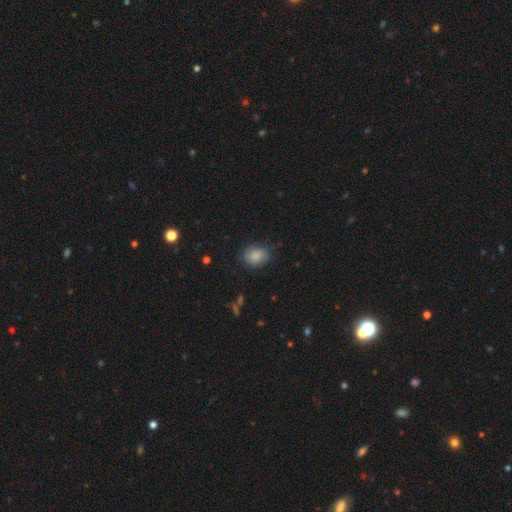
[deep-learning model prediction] Smooth or featured?
  - smooth: 74% *
  - featured or disk: 17%
  - star or artifact: 9%
How rounded?
  - round: 53% *
  - in between: 46%
  - cigar-shaped: 1%
Merging?
  - none: 72% *
  - minor disturbance: 21%
  - major disturbance: 6%
  - merger: 1%